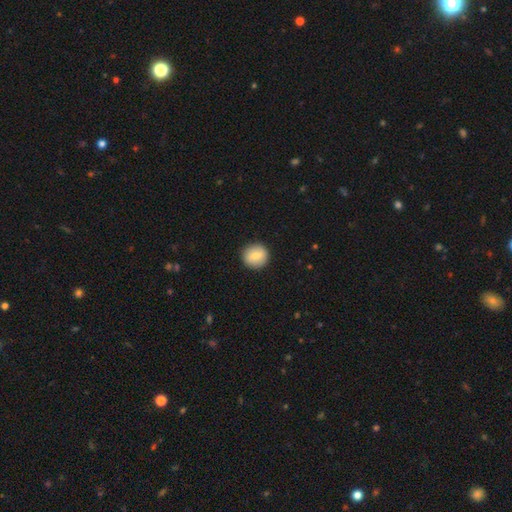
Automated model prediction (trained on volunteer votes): Smooth or featured? Predicted: smooth (p=0.78). How rounded? Predicted: round (p=0.93). Merging? Predicted: none (p=0.91).